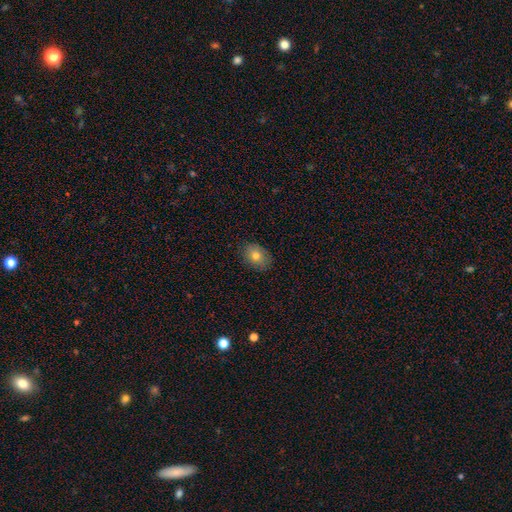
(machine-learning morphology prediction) Smooth or featured? smooth (78%)
How rounded? in between (69%)
Merging? none (85%)